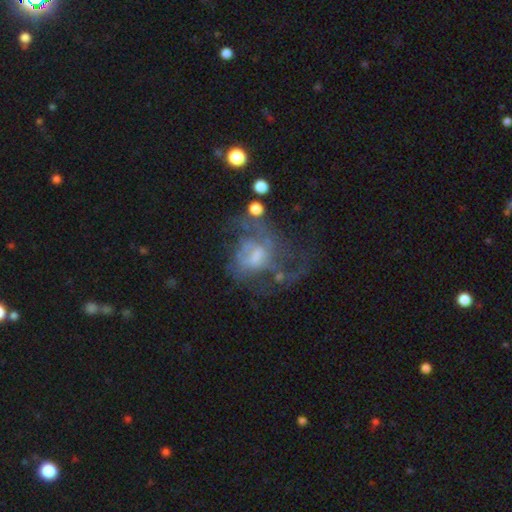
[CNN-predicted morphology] smooth_or_featured: featured or disk (p=0.66) [alt: smooth p=0.22]
disk_edge_on: no (p=0.97) [alt: yes p=0.03]
bar: no (p=0.51) [alt: weak p=0.40]
has_spiral_arms: yes (p=0.59) [alt: no p=0.41]
bulge_size: moderate (p=0.37) [alt: small p=0.29]
merging: major disturbance (p=0.43) [alt: none p=0.32]